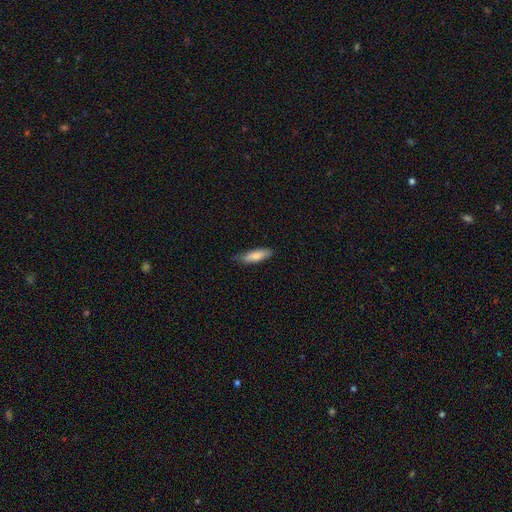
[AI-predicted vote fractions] Smooth or featured? smooth (80%)
How rounded? cigar-shaped (58%)
Merging? none (75%)